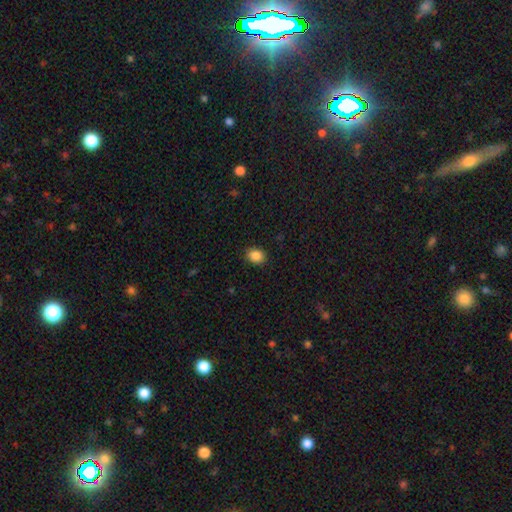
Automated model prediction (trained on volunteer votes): The model was most divided on "how rounded": round: 52%, in between: 47%, cigar-shaped: 1%. More confident: merging — none (89%); smooth or featured — smooth (88%).